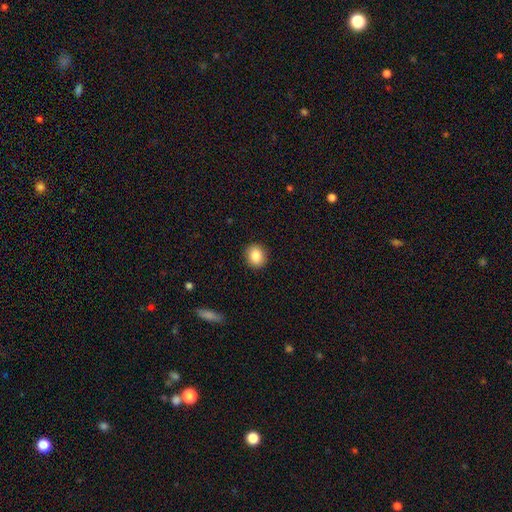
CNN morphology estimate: This appears to be a smooth galaxy with no disk features (86%) that is round (76%). Merging: none (91%).